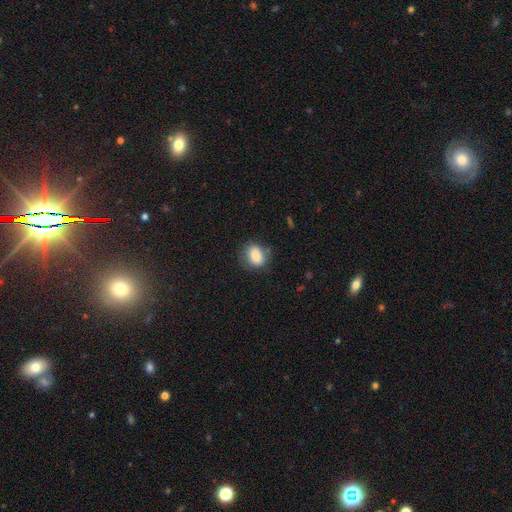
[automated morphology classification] This is clearly a smooth galaxy (85%). How rounded: possibly in between (58%). Merging: likely none (72%).